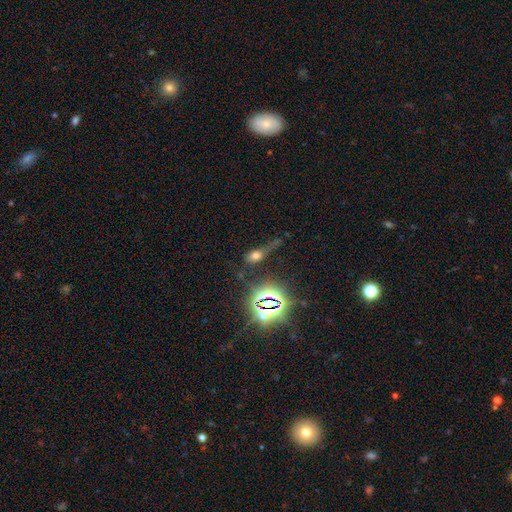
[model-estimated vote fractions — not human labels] smooth 50%, star or artifact 34%, featured or disk 16%. Down the decision tree: merging — none (45%).